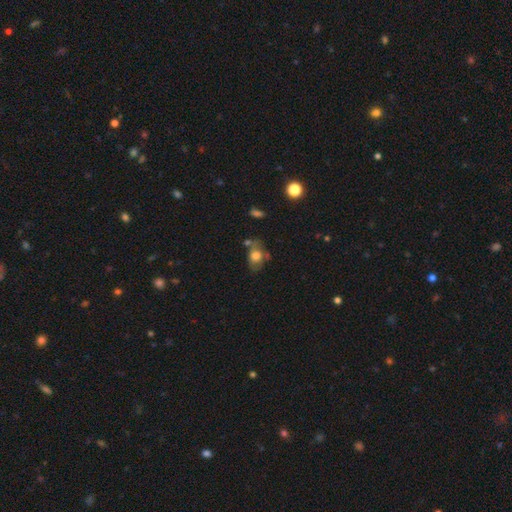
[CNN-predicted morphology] Smooth or featured? Predicted: smooth (p=0.67). How rounded? Predicted: in between (p=0.66). Merging? Predicted: none (p=0.46).